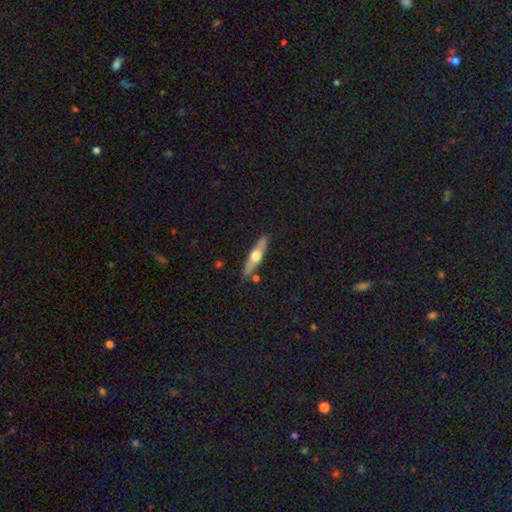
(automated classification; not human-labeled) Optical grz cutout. It shows a featured or disk galaxy (56%) viewed edge-on (91%) with a rounded central bulge (94%). Merging: none (83%).